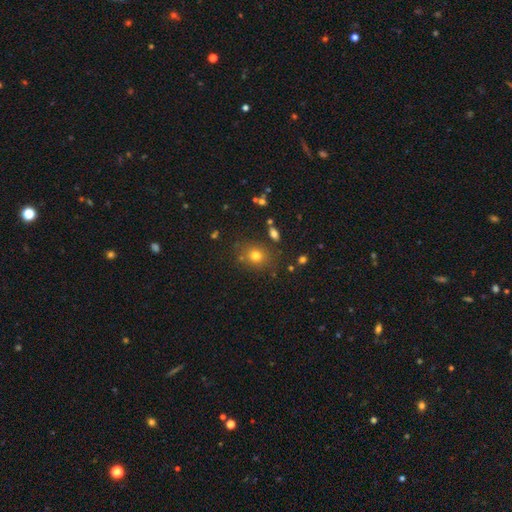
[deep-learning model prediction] The model was most divided on "how rounded": round: 68%, in between: 31%, cigar-shaped: 1%. More confident: merging — none (79%); smooth or featured — smooth (75%).